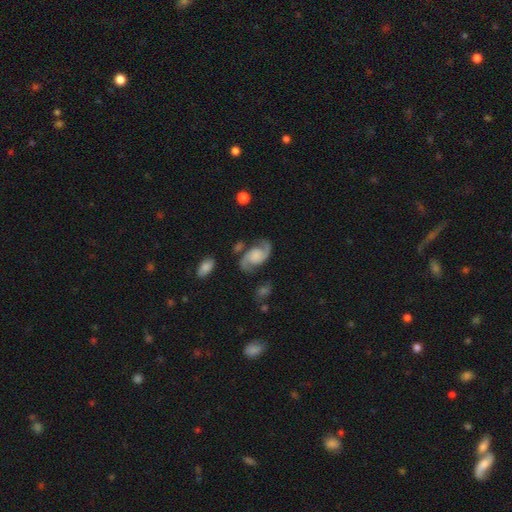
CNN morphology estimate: Smooth or featured: featured or disk — 88% (smooth — 7%)
Edge-on disk: no — 98% (yes — 2%)
Bar: no — 62% (weak — 29%)
Spiral arms: yes — 97% (no — 3%)
Spiral winding: medium — 52% (loose — 33%)
Spiral arm count: 2 — 94% (can't tell — 2%)
Bulge size: none — 39% (large — 23%)
Merging: none — 75% (minor disturbance — 15%)